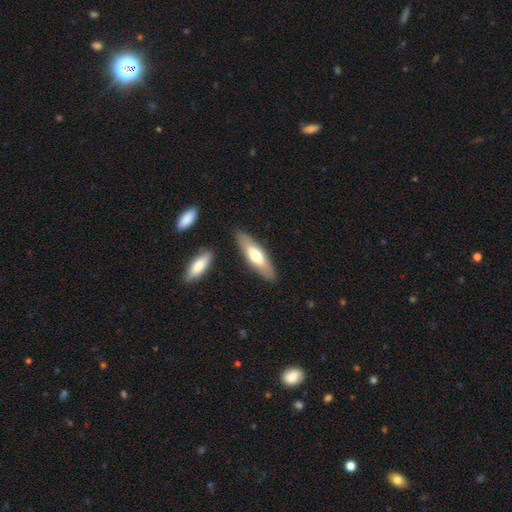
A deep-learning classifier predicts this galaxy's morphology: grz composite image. It shows a smooth galaxy with no disk features (58%) that is cigar-shaped (56%). Merging: none (84%).